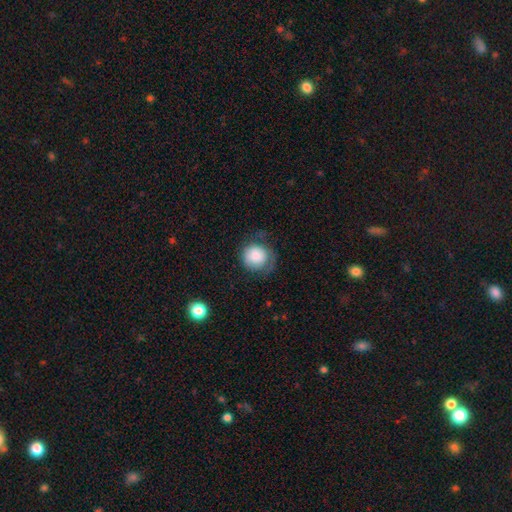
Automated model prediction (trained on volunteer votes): Q: Smooth or featured?
A: smooth (79%); runner-up: featured or disk (13%)
Q: How rounded?
A: round (85%); runner-up: in between (14%)
Q: Merging?
A: none (50%); runner-up: minor disturbance (29%)